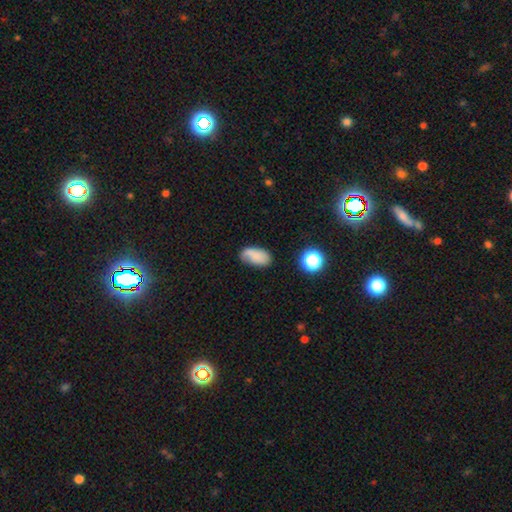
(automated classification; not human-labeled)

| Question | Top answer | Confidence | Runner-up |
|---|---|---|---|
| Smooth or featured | smooth | 74% | featured or disk (15%) |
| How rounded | in between | 91% | round (6%) |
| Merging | none | 60% | minor disturbance (26%) |